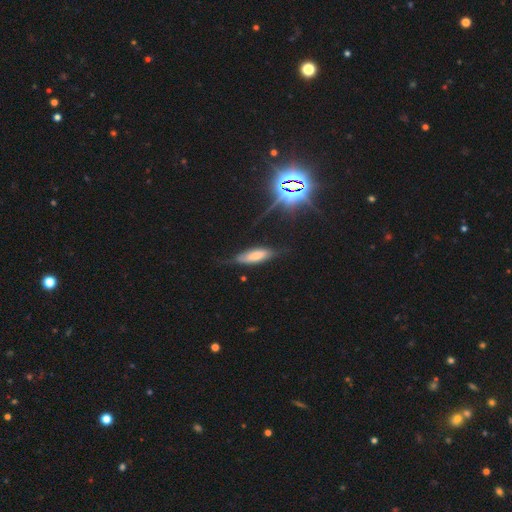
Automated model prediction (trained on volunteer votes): Smooth or featured?
  - smooth: 59% *
  - featured or disk: 29%
  - star or artifact: 12%
How rounded?
  - in between: 62% *
  - cigar-shaped: 36%
  - round: 2%
Merging?
  - none: 61% *
  - minor disturbance: 27%
  - major disturbance: 10%
  - merger: 2%